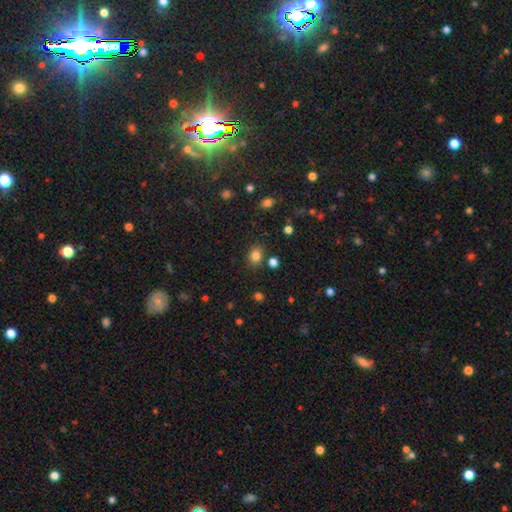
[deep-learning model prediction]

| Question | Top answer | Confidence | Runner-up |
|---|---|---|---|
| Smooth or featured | smooth | 81% | star or artifact (13%) |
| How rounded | round | 55% | in between (44%) |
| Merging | none | 79% | minor disturbance (12%) |